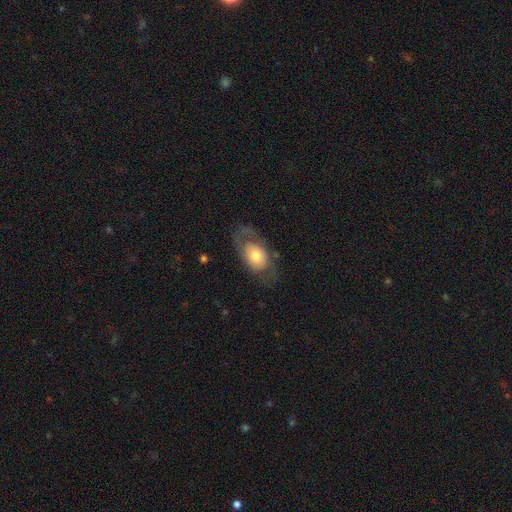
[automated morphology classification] A smooth galaxy with no disk features (51%) that is in between round and cigar-shaped (82%).

Vote fractions:
- Smooth or featured? smooth: 51% / featured or disk: 43% / star or artifact: 6%
- How rounded? in between: 82% / round: 15% / cigar-shaped: 2%
- Merging? none: 60% / minor disturbance: 20% / major disturbance: 19% / merger: 2%